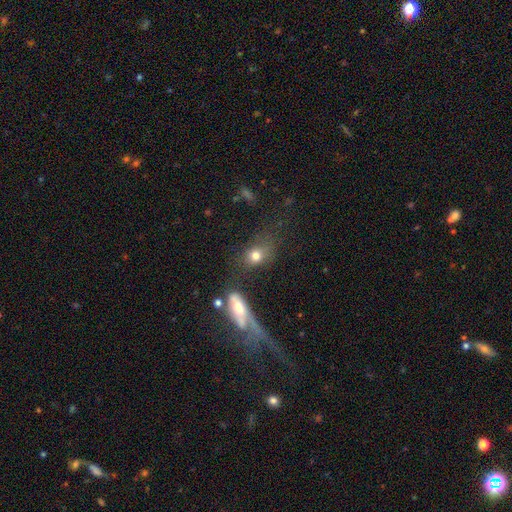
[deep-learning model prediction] The model was most divided on "how rounded": in between: 52%, round: 45%, cigar-shaped: 3%. Remaining: smooth or featured — smooth (75%); merging — none (48%).